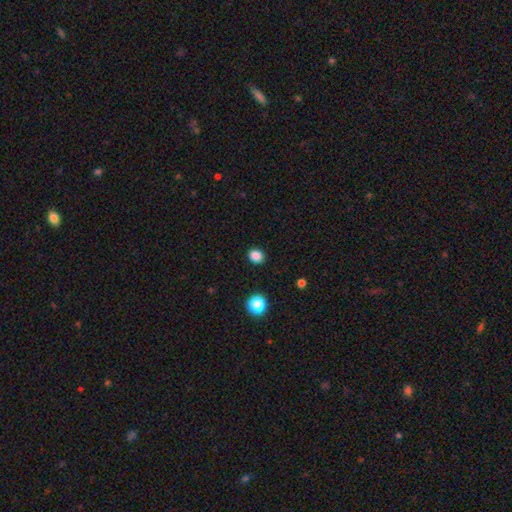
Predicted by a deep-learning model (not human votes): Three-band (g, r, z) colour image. It shows a smooth galaxy with no disk features (85%) that is round (70%). Merging: none (90%).